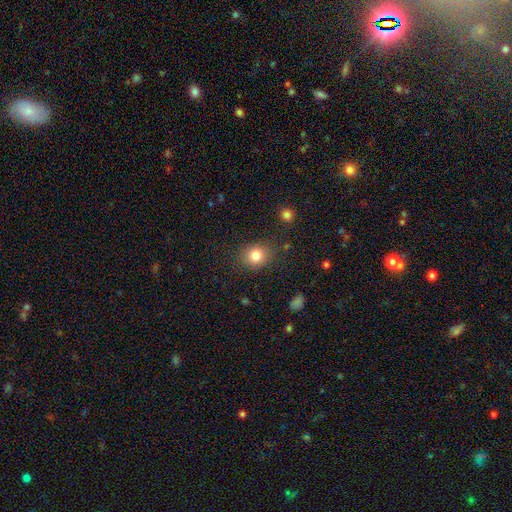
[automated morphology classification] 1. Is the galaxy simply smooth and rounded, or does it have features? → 82% smooth, 11% star or artifact, 7% featured or disk.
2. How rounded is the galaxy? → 75% round, 24% in between, 1% cigar-shaped.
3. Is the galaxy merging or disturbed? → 84% none, 10% minor disturbance, 3% major disturbance, 2% merger.